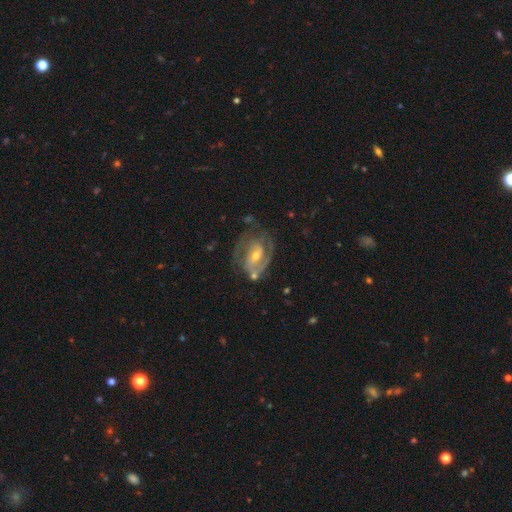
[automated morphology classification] smooth_or_featured: featured or disk (p=0.87) [alt: smooth p=0.08]
disk_edge_on: no (p=0.97) [alt: yes p=0.03]
bar: weak (p=0.46) [alt: no p=0.29]
has_spiral_arms: yes (p=0.95) [alt: no p=0.05]
spiral_winding: tight (p=0.45) [tied with: medium p=0.45]
spiral_arm_count: 2 (p=0.71) [alt: can't tell p=0.11]
bulge_size: moderate (p=0.49) [alt: small p=0.47]
merging: none (p=0.60) [alt: minor disturbance p=0.21]